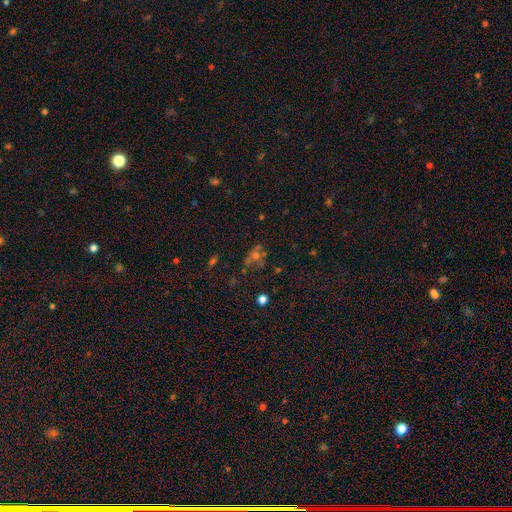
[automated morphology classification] smooth-or-featured: star or artifact: 40% | smooth: 38% | featured or disk: 21%